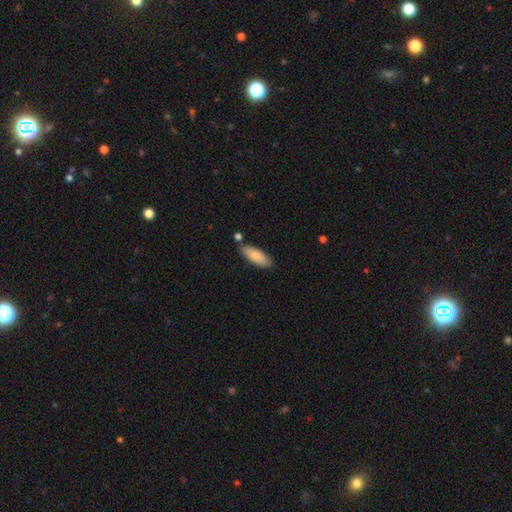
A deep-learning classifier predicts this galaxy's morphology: type=smooth (85%); roundness=in between (70%); merging=none (79%).